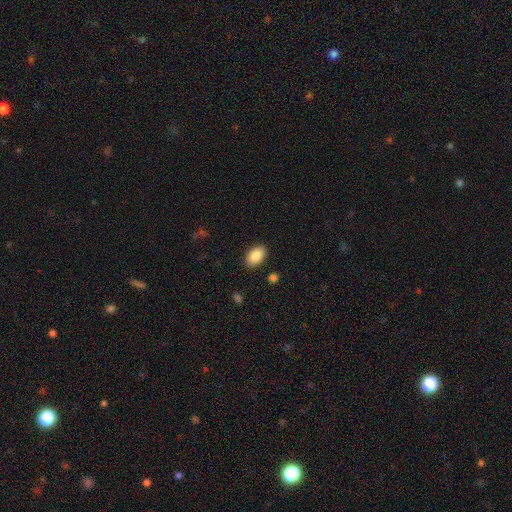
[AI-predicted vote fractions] Q: Smooth or featured?
A: smooth (90%); runner-up: star or artifact (7%)
Q: How rounded?
A: in between (92%); runner-up: round (6%)
Q: Merging?
A: none (89%); runner-up: minor disturbance (8%)